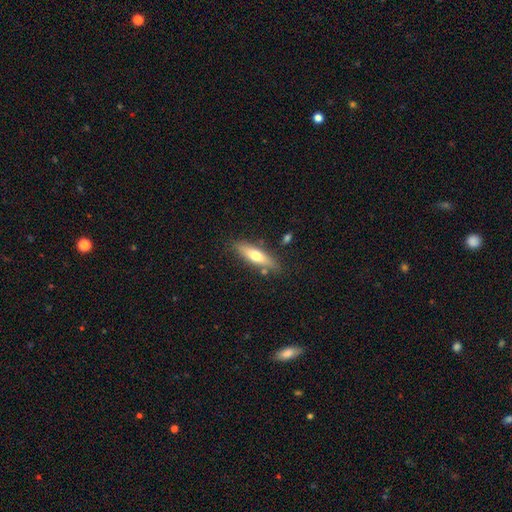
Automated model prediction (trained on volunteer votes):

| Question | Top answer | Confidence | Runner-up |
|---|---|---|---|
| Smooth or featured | smooth | 57% | featured or disk (37%) |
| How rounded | cigar-shaped | 64% | in between (34%) |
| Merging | none | 80% | minor disturbance (13%) |